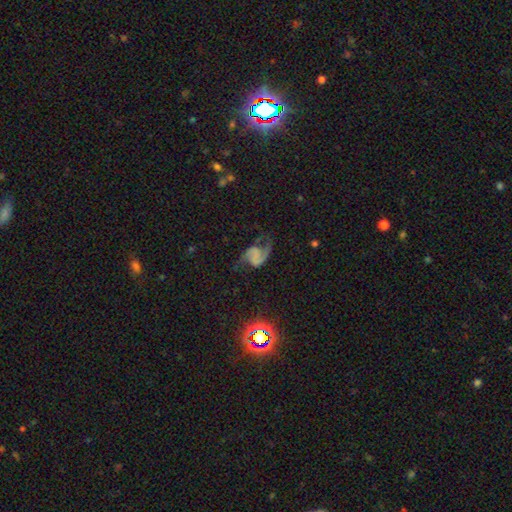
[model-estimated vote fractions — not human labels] smooth_or_featured: featured or disk (p=0.81) [alt: smooth p=0.10]
disk_edge_on: no (p=0.98) [alt: yes p=0.02]
bar: no (p=0.56) [alt: weak p=0.31]
has_spiral_arms: yes (p=0.95) [alt: no p=0.05]
spiral_winding: loose (p=0.59) [alt: medium p=0.34]
spiral_arm_count: 2 (p=0.90) [alt: 1 p=0.05]
bulge_size: none (p=0.68) [alt: small p=0.15]
merging: none (p=0.61) [alt: major disturbance p=0.19]